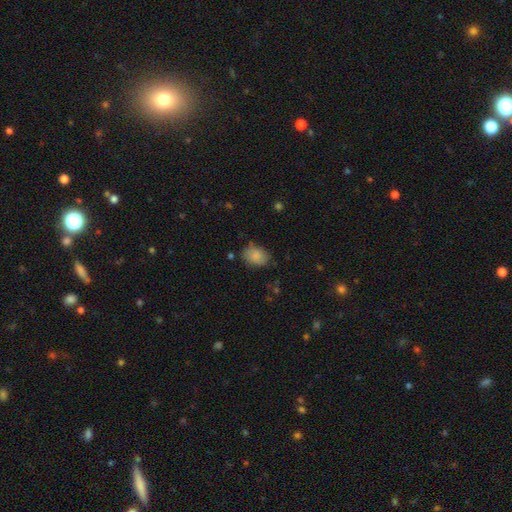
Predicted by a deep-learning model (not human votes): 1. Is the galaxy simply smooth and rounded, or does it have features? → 85% smooth, 8% star or artifact, 7% featured or disk.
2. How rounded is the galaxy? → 69% in between, 30% round, 1% cigar-shaped.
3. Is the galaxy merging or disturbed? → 74% none, 19% minor disturbance, 5% major disturbance, 2% merger.